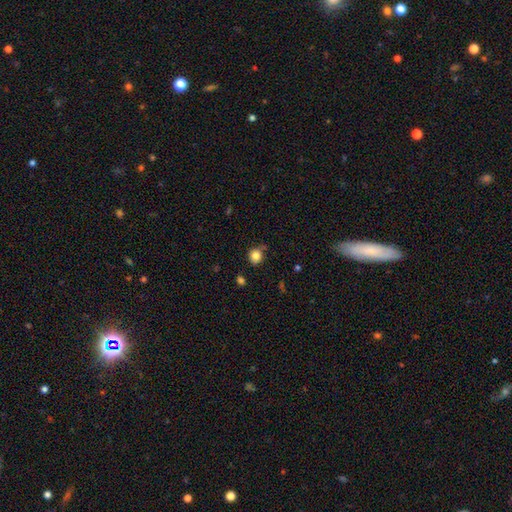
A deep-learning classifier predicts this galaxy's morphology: A smooth galaxy with no disk features (83%) that is round (84%).

Vote fractions:
- Smooth or featured? smooth: 83% / star or artifact: 11% / featured or disk: 6%
- How rounded? round: 84% / in between: 15% / cigar-shaped: 1%
- Merging? none: 73% / minor disturbance: 18% / merger: 4% / major disturbance: 4%